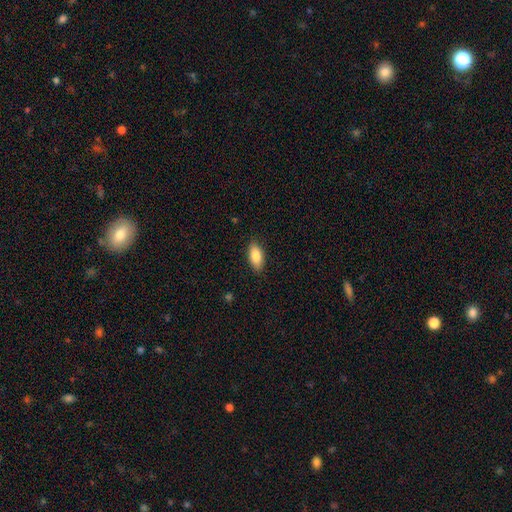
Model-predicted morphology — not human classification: This appears to be a smooth galaxy with no disk features (86%) that is in between round and cigar-shaped (88%). Merging: none (87%).